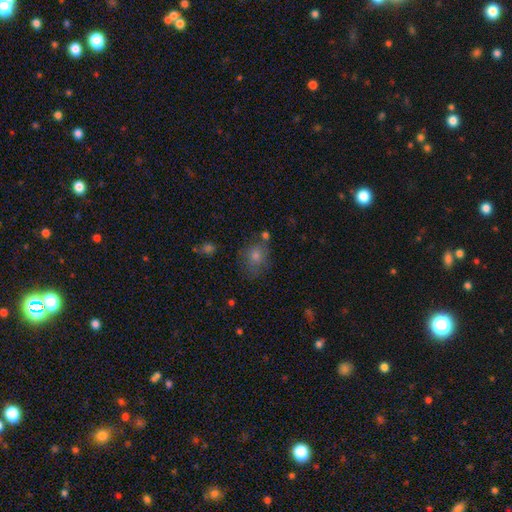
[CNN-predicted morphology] Smooth or featured? Predicted: smooth (p=0.65). How rounded? Predicted: round (p=0.62). Merging? Predicted: none (p=0.67).